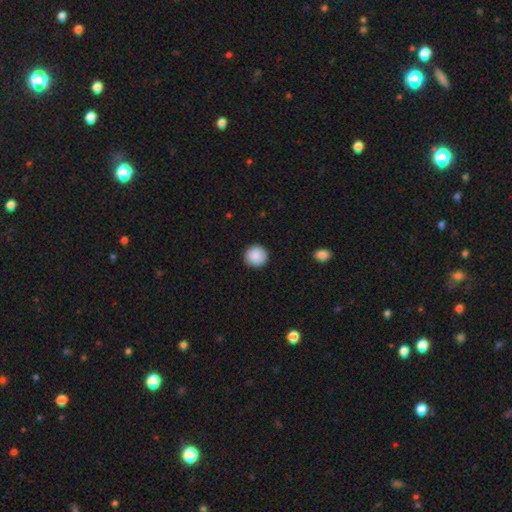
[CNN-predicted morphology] Smooth or featured? Predicted: smooth (p=0.89). How rounded? Predicted: round (p=0.96). Merging? Predicted: none (p=0.92).